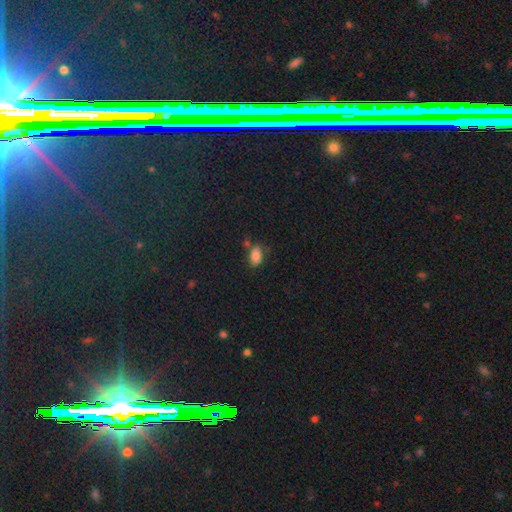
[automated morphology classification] Smooth or featured? Predicted: smooth (p=0.83). How rounded? Predicted: in between (p=0.90). Merging? Predicted: none (p=0.63).